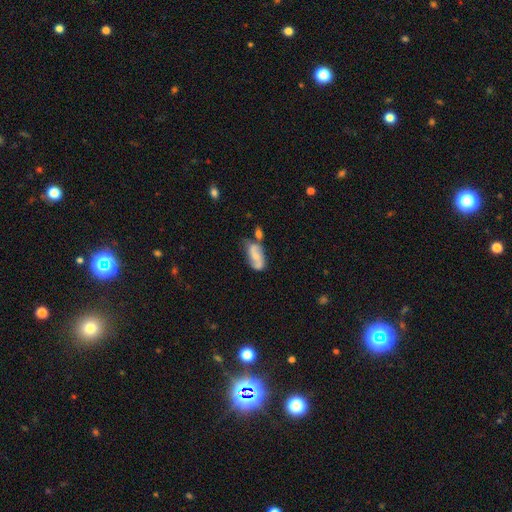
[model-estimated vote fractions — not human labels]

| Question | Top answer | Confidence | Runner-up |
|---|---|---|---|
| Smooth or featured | featured or disk | 57% | smooth (36%) |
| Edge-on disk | no | 95% | yes (5%) |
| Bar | no | 49% | weak (38%) |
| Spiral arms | yes | 85% | no (15%) |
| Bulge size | small | 45% | moderate (32%) |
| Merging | none | 40% | merger (27%) |